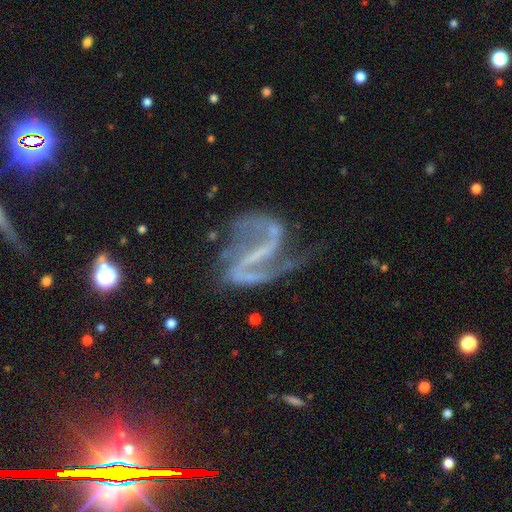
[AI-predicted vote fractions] This is clearly a featured or disk galaxy (88%). It is clearly not viewed edge-on (97%). Bar: likely strong (62%). Spiral arm pattern: clearly yes (95%). Spiral arm count: clearly 2 (89%). Spiral winding: possibly loose (47%). Central bulge: possibly none (59%). Merging: possibly none (54%).